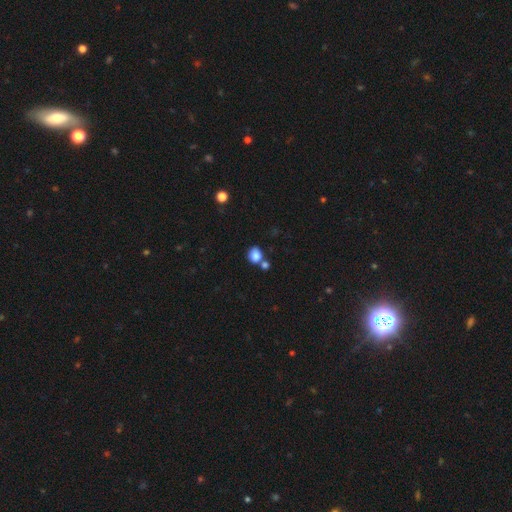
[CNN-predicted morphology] Smooth or featured? smooth (84%)
How rounded? round (71%)
Merging? none (58%)